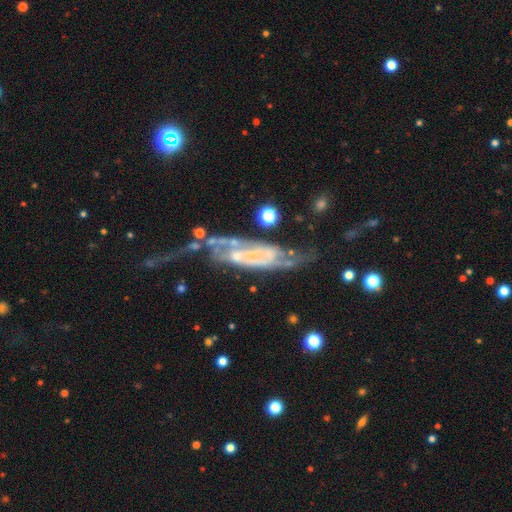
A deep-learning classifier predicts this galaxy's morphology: A featured or disk galaxy (82%) with no bar (48%), 2 (67%) medium (42%) spiral arms (87%) and a small central bulge (56%). Merging: none (43%).